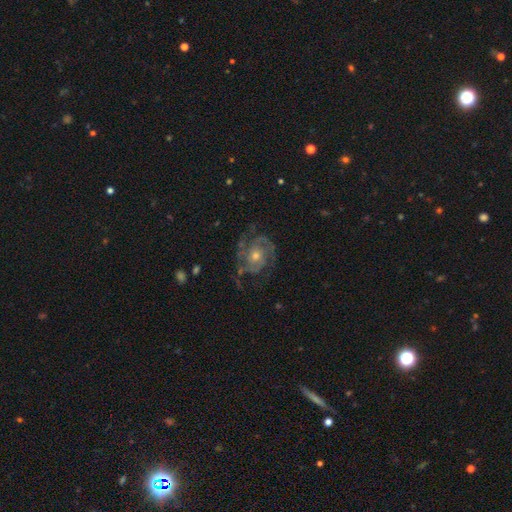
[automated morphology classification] A featured or disk galaxy (87%) with no bar (75%), 2 (45%) tight (52%) spiral arms (95%) and a moderate central bulge (54%).

Vote fractions:
- Smooth or featured? featured or disk: 87% / smooth: 7% / star or artifact: 6%
- Edge-on disk? no: 98% / yes: 2%
- Bar? no: 75% / weak: 20% / strong: 5%
- Spiral arms? yes: 95% / no: 5%
- Spiral winding? tight: 52% / medium: 39% / loose: 9%
- Spiral arm count? 2: 45% / 3: 24% / can't tell: 16% / 4: 6% / 1: 5% / more than 4: 4%
- Bulge size? moderate: 54% / small: 41% / large: 3% / none: 1% / dominant: 1%
- Merging? none: 70% / minor disturbance: 18% / major disturbance: 11% / merger: 2%